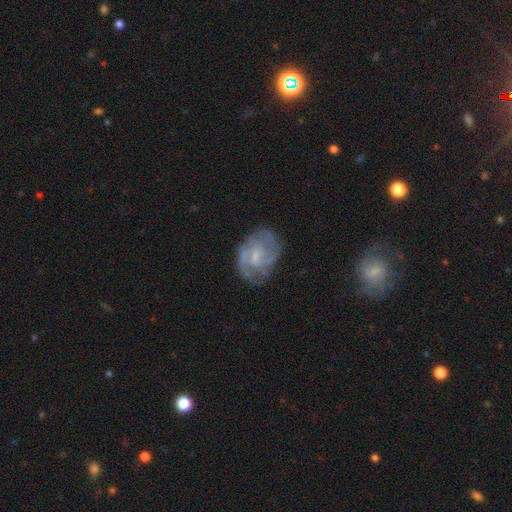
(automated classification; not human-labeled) Morphology: type=featured or disk (76%); edge-on=no (97%); bar=weak (51%); spiral arms=yes (89%); winding=medium (45%); arm count=2 (39%); bulge=small (52%); merging=none (66%).